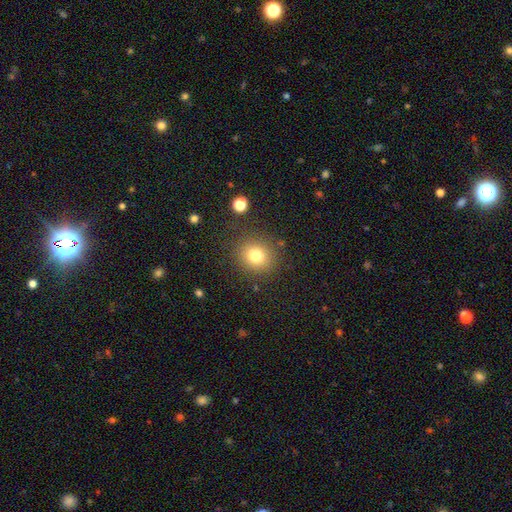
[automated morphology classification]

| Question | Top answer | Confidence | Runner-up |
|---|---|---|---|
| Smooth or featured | smooth | 78% | star or artifact (13%) |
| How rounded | round | 85% | in between (14%) |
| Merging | none | 85% | minor disturbance (9%) |